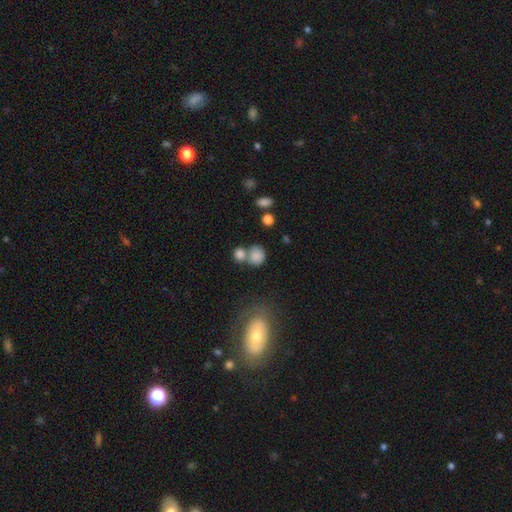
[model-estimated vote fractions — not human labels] This is clearly a smooth galaxy (82%). How rounded: likely round (75%). Merging: marginally merger (43%).